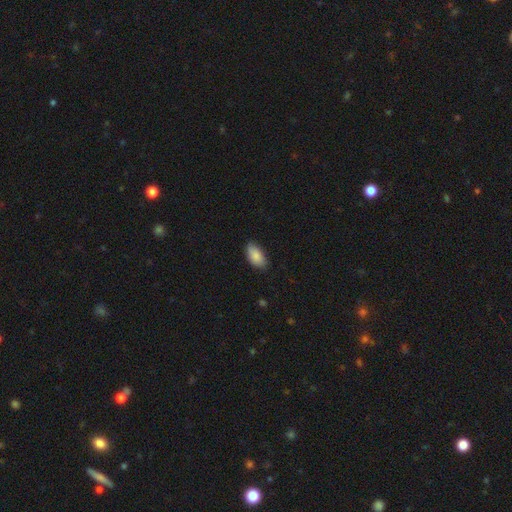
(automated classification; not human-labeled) Overall: smooth (88%). How rounded: in between (94%). Merging: none (82%).